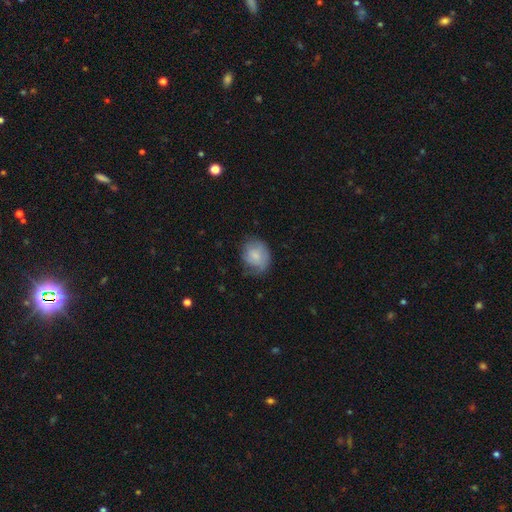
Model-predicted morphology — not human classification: Smooth or featured: smooth — 72% (featured or disk — 20%)
How rounded: round — 63% (in between — 36%)
Merging: none — 54% (minor disturbance — 32%)